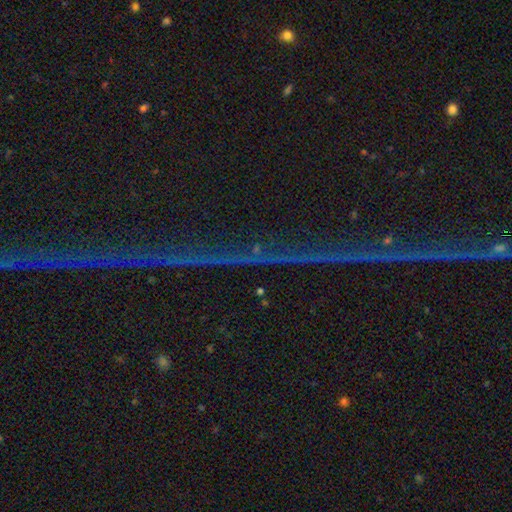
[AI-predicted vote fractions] This appears to be a star or artifact, not a galaxy (82%).